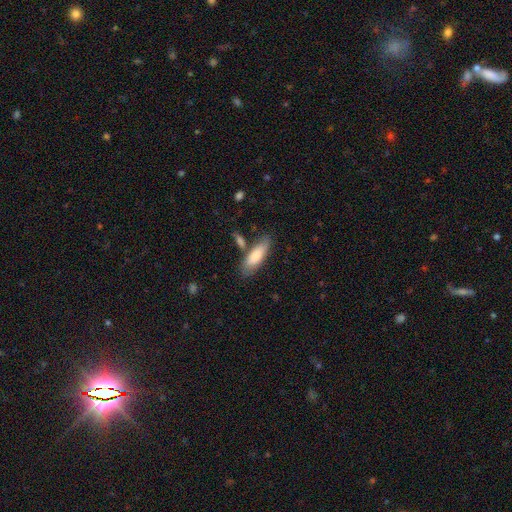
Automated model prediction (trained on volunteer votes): Smooth or featured: smooth — 79% (featured or disk — 15%)
How rounded: in between — 60% (cigar-shaped — 39%)
Merging: none — 70% (minor disturbance — 16%)